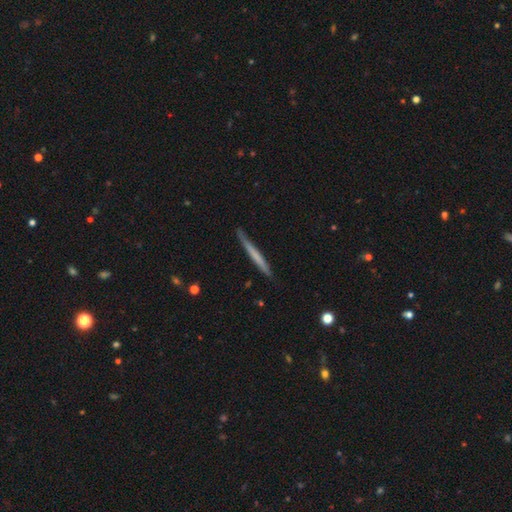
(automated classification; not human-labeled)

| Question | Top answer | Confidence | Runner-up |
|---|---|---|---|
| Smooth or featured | smooth | 55% | featured or disk (40%) |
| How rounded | cigar-shaped | 97% | in between (2%) |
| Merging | none | 85% | minor disturbance (11%) |